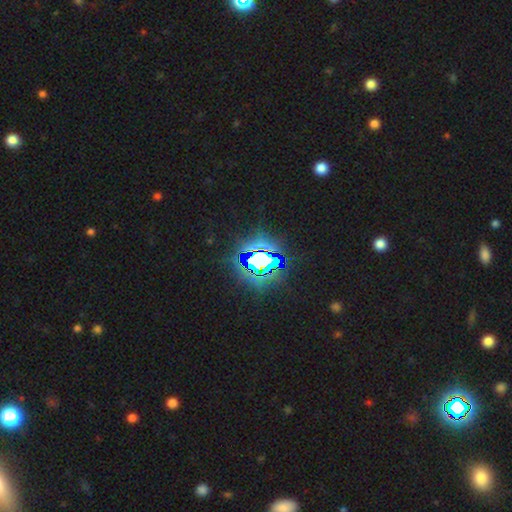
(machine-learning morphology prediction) Smooth or featured? Predicted: star or artifact (p=0.79).